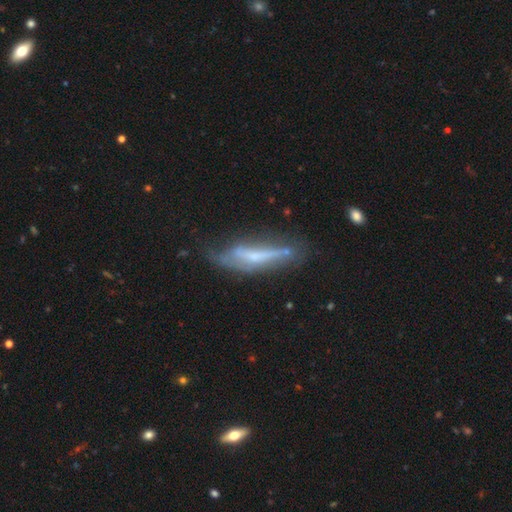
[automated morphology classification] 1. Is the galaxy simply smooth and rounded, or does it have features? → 61% featured or disk, 32% smooth, 8% star or artifact.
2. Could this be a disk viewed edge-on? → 69% yes, 31% no.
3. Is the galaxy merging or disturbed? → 49% none, 30% minor disturbance, 16% major disturbance, 5% merger.